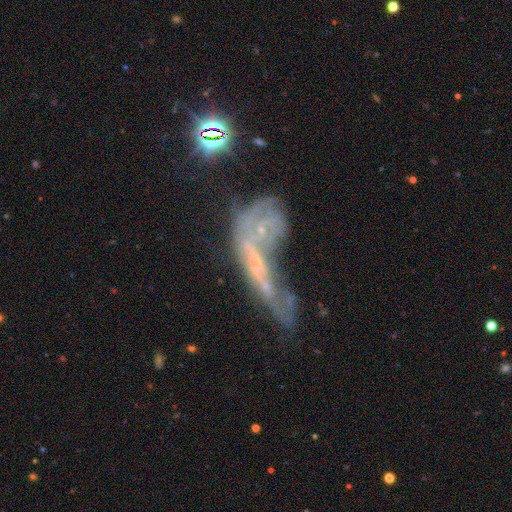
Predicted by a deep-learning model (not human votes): Smooth or featured? featured or disk (53%)
Edge-on disk? no (77%)
Merging? merger (49%)